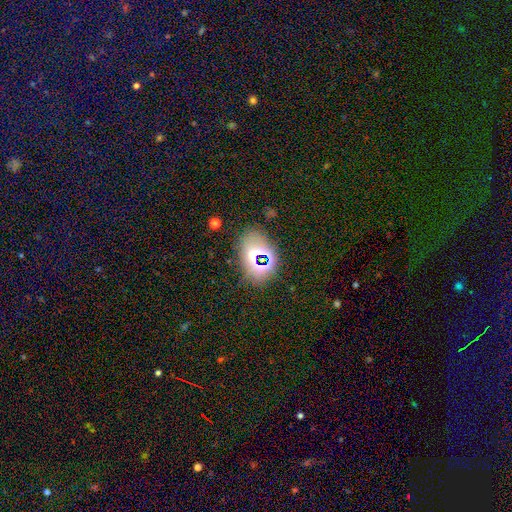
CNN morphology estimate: smooth 48%, star or artifact 36%, featured or disk 16%. Down the decision tree: merging — none (73%).